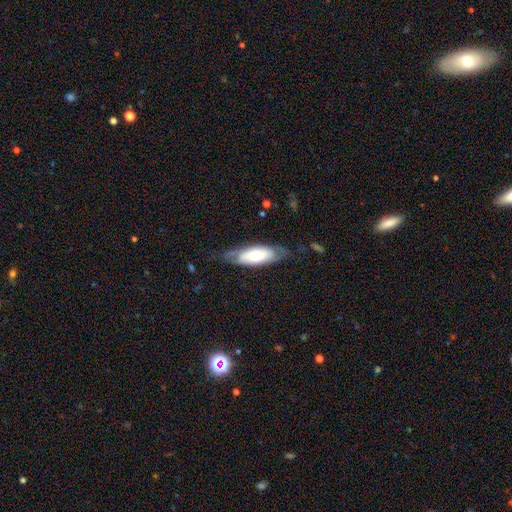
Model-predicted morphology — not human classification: smooth 48%, featured or disk 46%, star or artifact 5%. Down the decision tree: merging — none (67%).